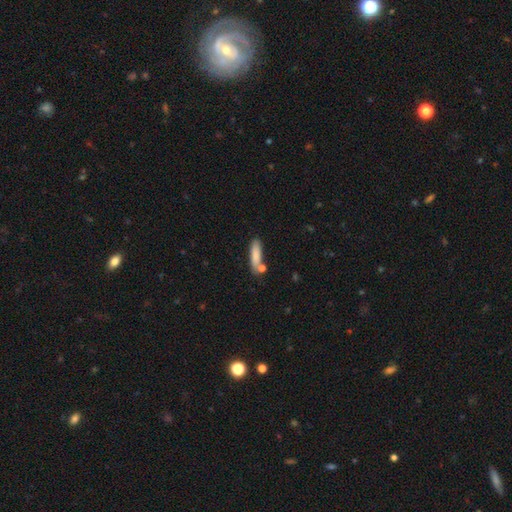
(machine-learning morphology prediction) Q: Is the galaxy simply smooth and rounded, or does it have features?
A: smooth — 82%.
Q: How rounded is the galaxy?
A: cigar-shaped — 69%.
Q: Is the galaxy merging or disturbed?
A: none — 70%.